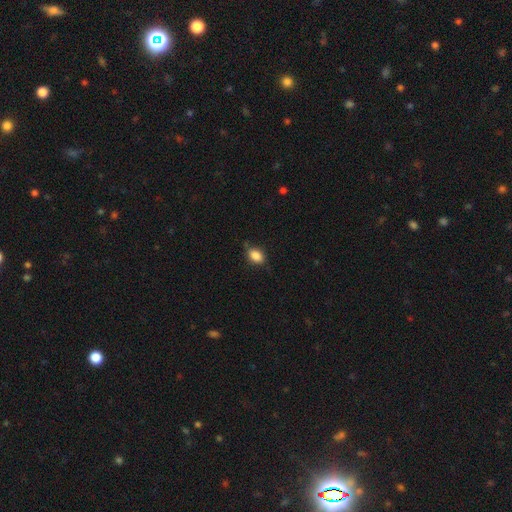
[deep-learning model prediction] A smooth galaxy with no disk features (86%) that is in between round and cigar-shaped (81%).

Vote fractions:
- Smooth or featured? smooth: 86% / star or artifact: 8% / featured or disk: 5%
- How rounded? in between: 81% / round: 17% / cigar-shaped: 2%
- Merging? none: 73% / minor disturbance: 21% / major disturbance: 4% / merger: 2%